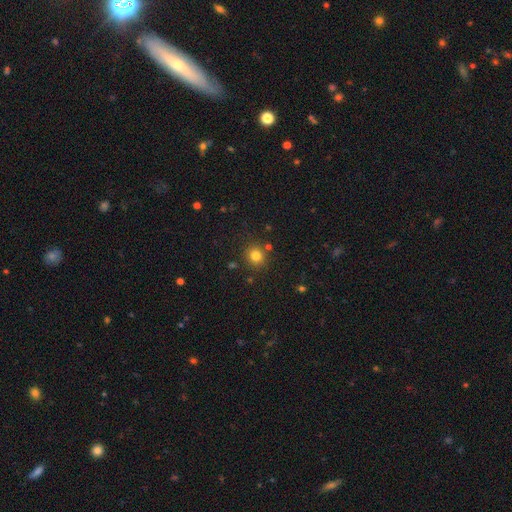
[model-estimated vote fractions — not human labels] Smooth or featured?
  - smooth: 79% *
  - star or artifact: 14%
  - featured or disk: 6%
How rounded?
  - round: 86% *
  - in between: 13%
  - cigar-shaped: 1%
Merging?
  - none: 84% *
  - minor disturbance: 8%
  - merger: 5%
  - major disturbance: 3%